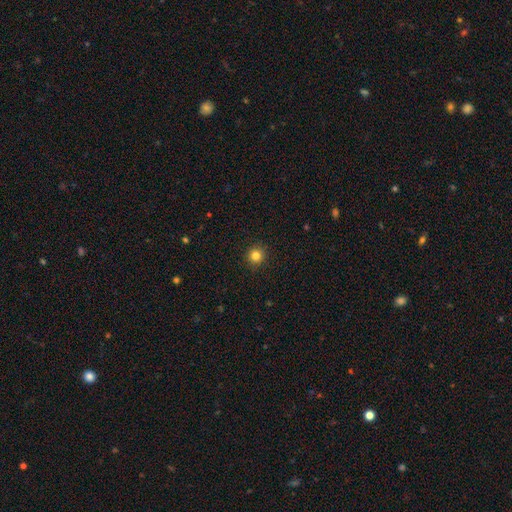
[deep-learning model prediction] Morphology: type=smooth (82%); roundness=round (93%); merging=none (92%).